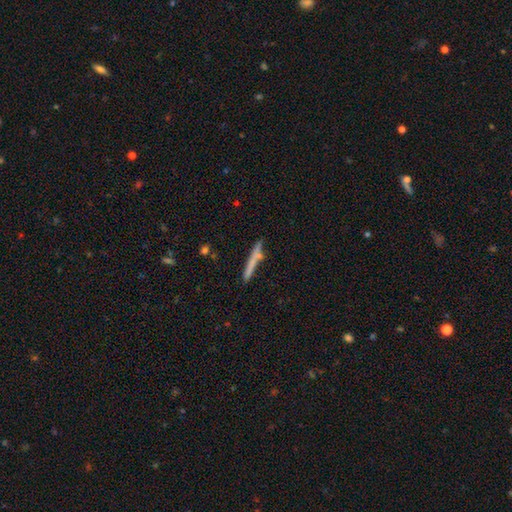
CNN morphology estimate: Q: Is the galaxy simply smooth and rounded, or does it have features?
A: smooth — 51%.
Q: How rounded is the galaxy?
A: cigar-shaped — 93%.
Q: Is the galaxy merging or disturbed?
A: none — 81%.